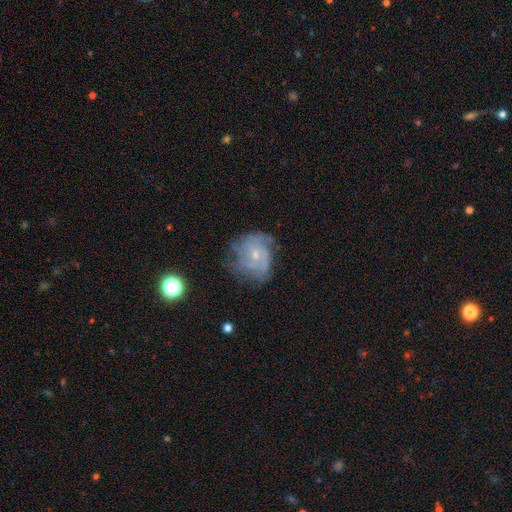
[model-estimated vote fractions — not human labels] A featured or disk galaxy (75%) with no bar (66%), tight (49%) spiral arms (87%) and a small central bulge (66%). Merging: none (57%).